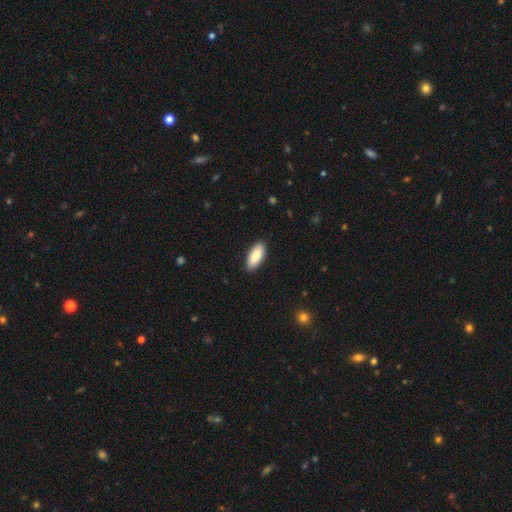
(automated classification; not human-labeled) Smooth or featured?
  - smooth: 86% *
  - featured or disk: 8%
  - star or artifact: 6%
How rounded?
  - in between: 84% *
  - cigar-shaped: 15%
  - round: 2%
Merging?
  - none: 89% *
  - minor disturbance: 8%
  - major disturbance: 2%
  - merger: 1%